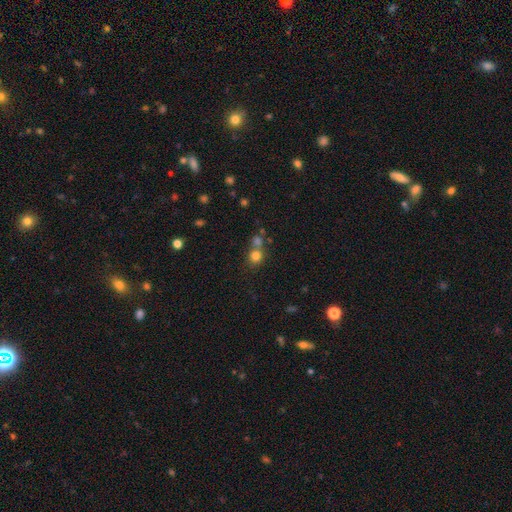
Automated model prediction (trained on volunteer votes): smooth 78%, star or artifact 15%, featured or disk 8%. Down the decision tree: how rounded — round (84%); merging — none (54%).